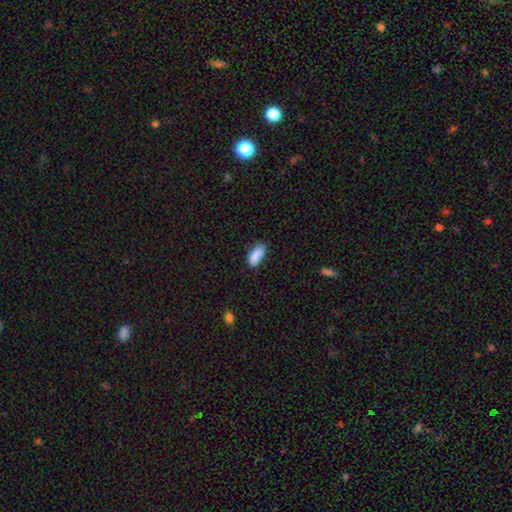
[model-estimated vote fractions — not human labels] Morphology: type=smooth (87%); roundness=in between (82%); merging=none (64%).